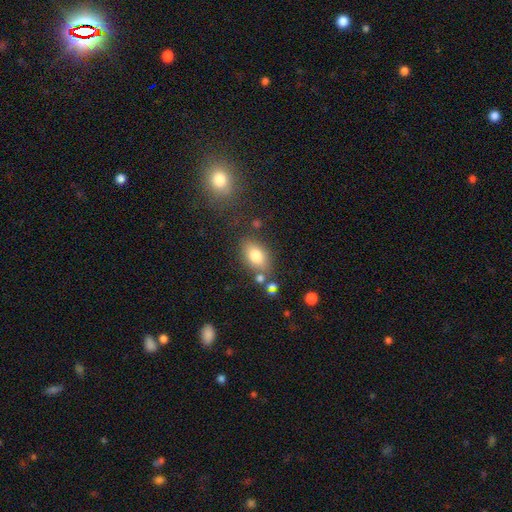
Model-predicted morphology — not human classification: type=smooth (77%); roundness=in between (85%); merging=none (73%).